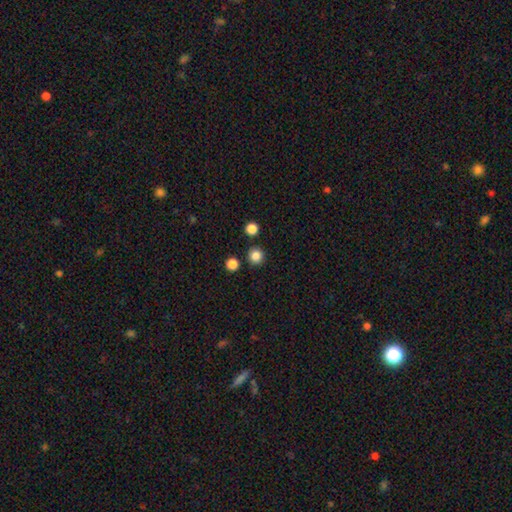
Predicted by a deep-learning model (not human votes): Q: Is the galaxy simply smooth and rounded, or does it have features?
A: smooth — 84%.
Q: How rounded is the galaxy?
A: round — 95%.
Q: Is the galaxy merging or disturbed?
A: none — 89%.